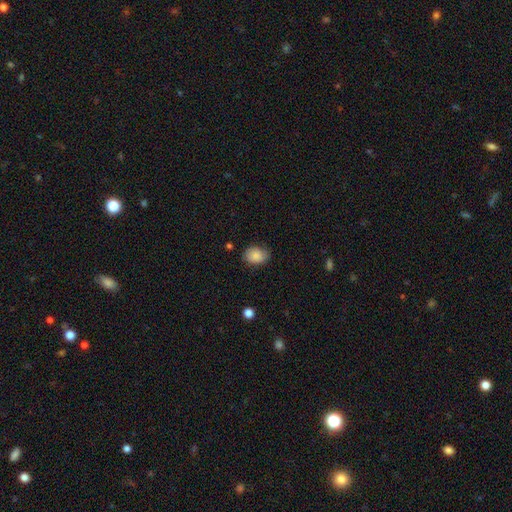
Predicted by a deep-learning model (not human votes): A smooth galaxy with no disk features (85%) that is in between round and cigar-shaped (68%). Merging: none (72%).